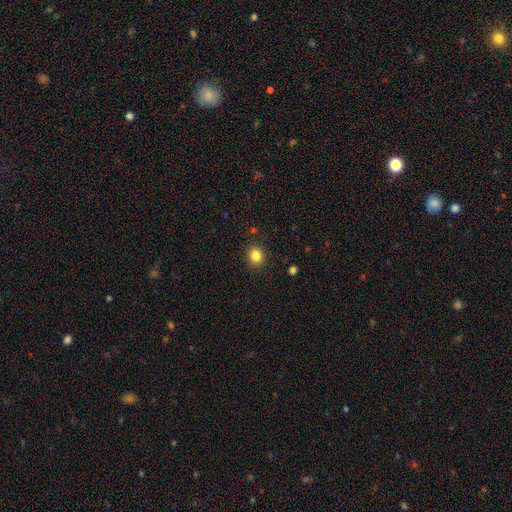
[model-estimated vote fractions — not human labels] This is clearly a smooth galaxy (84%). How rounded: likely round (65%). Merging: clearly none (89%).